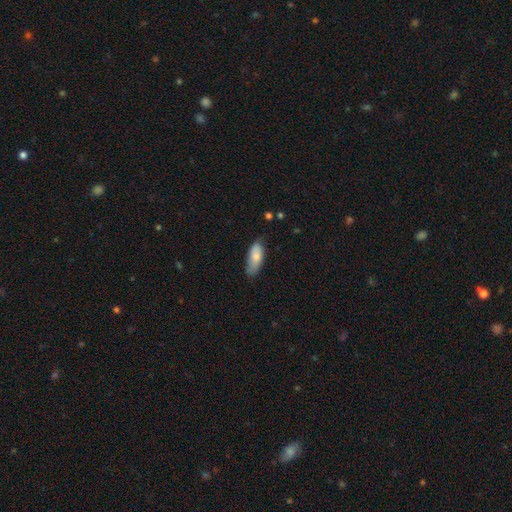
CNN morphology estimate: A smooth galaxy with no disk features (80%) that is in between round and cigar-shaped (79%).

Vote fractions:
- Smooth or featured? smooth: 80% / featured or disk: 14% / star or artifact: 6%
- How rounded? in between: 79% / cigar-shaped: 19% / round: 2%
- Merging? none: 65% / minor disturbance: 28% / major disturbance: 5% / merger: 2%